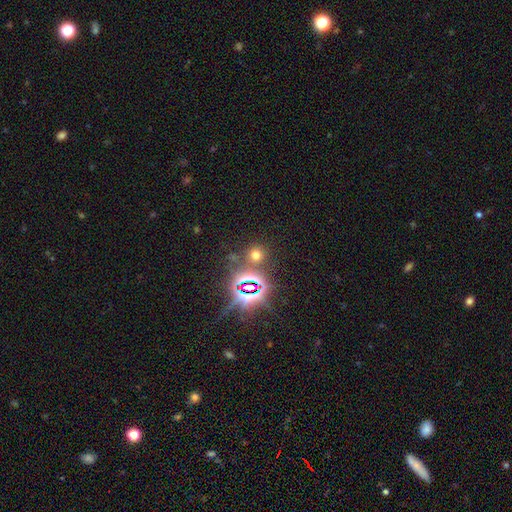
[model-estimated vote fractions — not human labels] smooth_or_featured: star or artifact (p=0.51) [alt: smooth p=0.42]